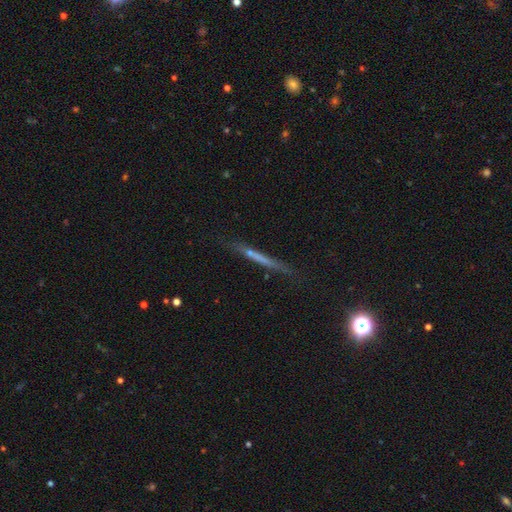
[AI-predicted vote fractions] Overall: featured or disk (50%; smooth 38%). Edge-on disk: yes (93%). Merging: none (80%).